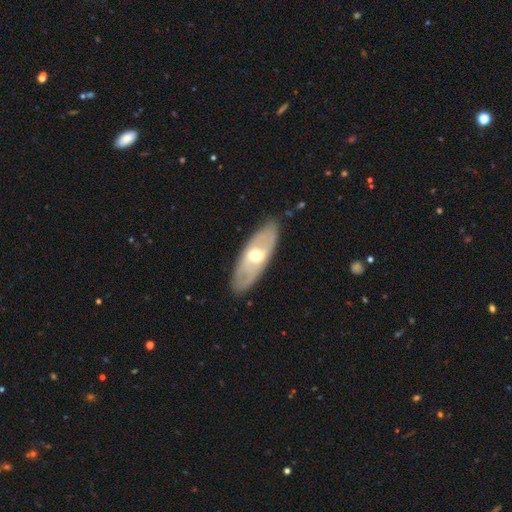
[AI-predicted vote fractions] This appears to be a featured or disk galaxy (57%). Merging: none (84%).